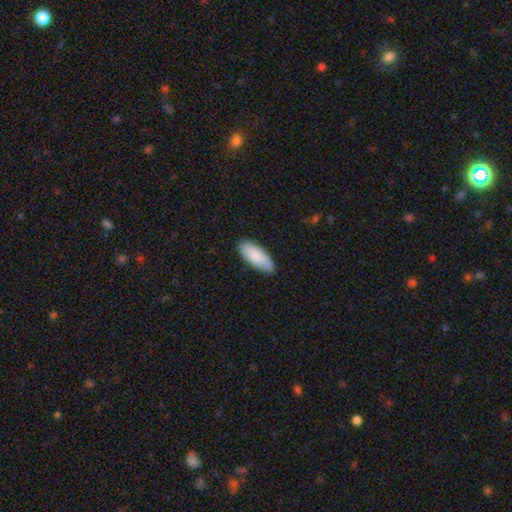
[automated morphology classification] Overall: smooth (86%). How rounded: in between (84%). Merging: none (84%).